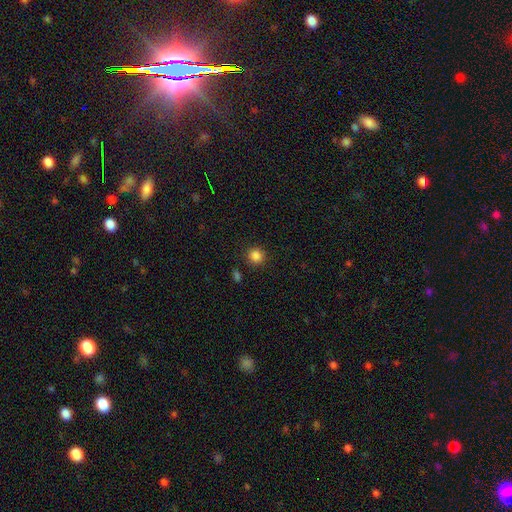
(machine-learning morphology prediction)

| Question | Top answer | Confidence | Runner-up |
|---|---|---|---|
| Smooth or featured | smooth | 85% | star or artifact (12%) |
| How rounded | round | 92% | in between (7%) |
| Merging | none | 89% | minor disturbance (7%) |